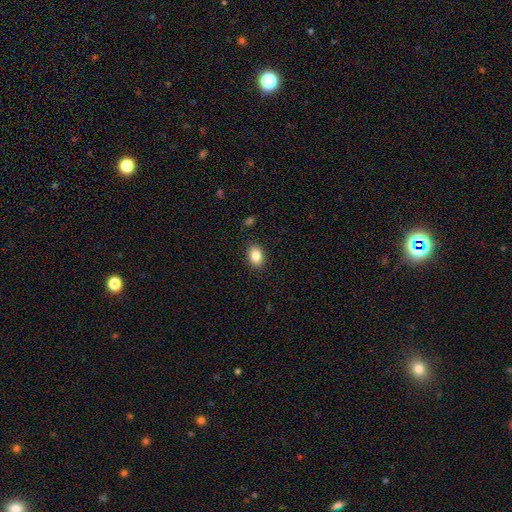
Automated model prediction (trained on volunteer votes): Morphology: type=smooth (85%); roundness=in between (77%); merging=none (89%).